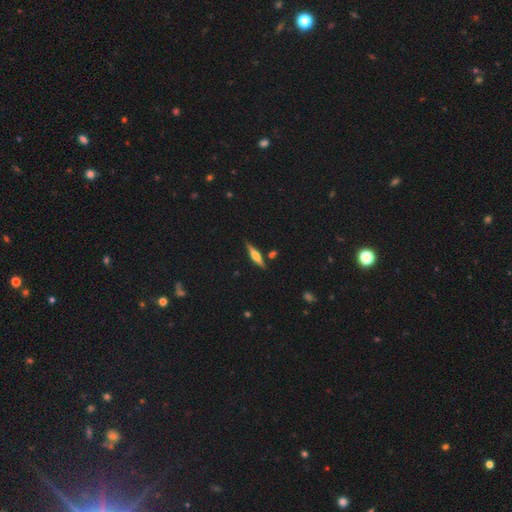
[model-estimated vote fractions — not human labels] Smooth or featured?
  - featured or disk: 59% *
  - smooth: 35%
  - star or artifact: 6%
Edge-on disk?
  - yes: 96% *
  - no: 4%
Edge-on bulge?
  - rounded: 82% *
  - boxy: 13%
  - none: 5%
Merging?
  - none: 85% *
  - minor disturbance: 9%
  - merger: 4%
  - major disturbance: 2%